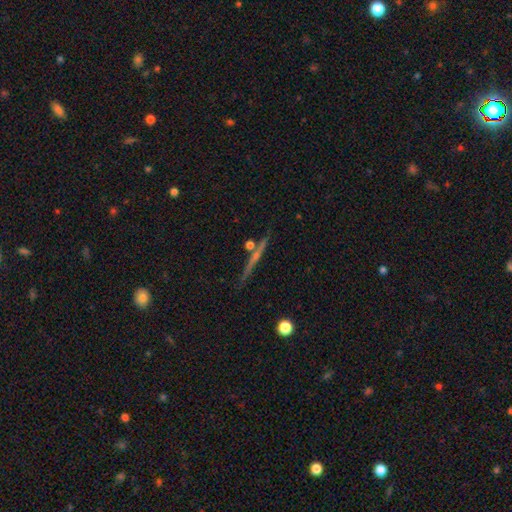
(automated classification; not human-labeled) The model was most divided on "edge-on bulge": none: 55%, rounded: 38%, boxy: 7%. More confident: edge-on disk — yes (97%); merging — none (84%); smooth or featured — featured or disk (64%).